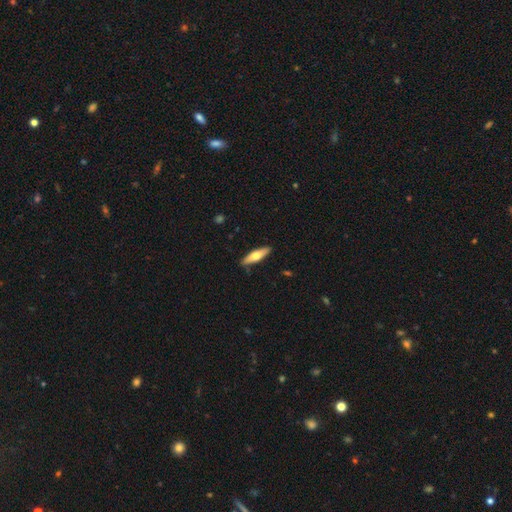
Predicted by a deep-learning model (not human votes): smooth-or-featured: smooth: 60% | featured or disk: 35% | star or artifact: 5%
  how-rounded: cigar-shaped: 62% | in between: 36% | round: 2%
  merging: none: 87% | minor disturbance: 10% | major disturbance: 2% | merger: 1%